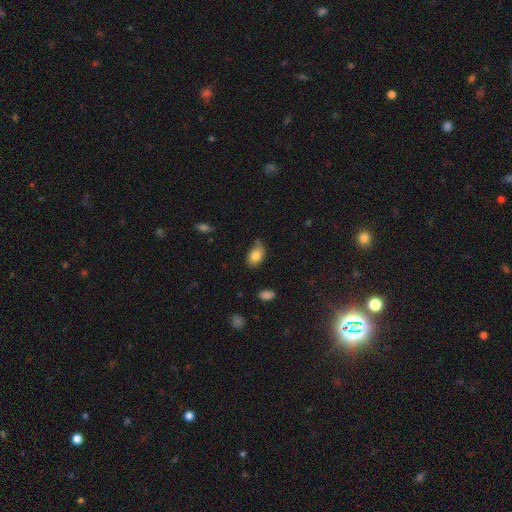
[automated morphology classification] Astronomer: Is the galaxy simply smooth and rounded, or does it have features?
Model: smooth — 82%.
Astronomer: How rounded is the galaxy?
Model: in between — 84%.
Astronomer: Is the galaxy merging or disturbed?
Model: none — 66%.